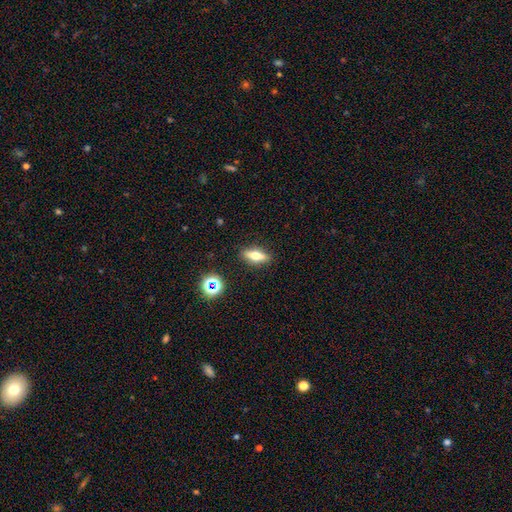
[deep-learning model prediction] This appears to be a smooth galaxy with no disk features (48%). Merging: none (88%).